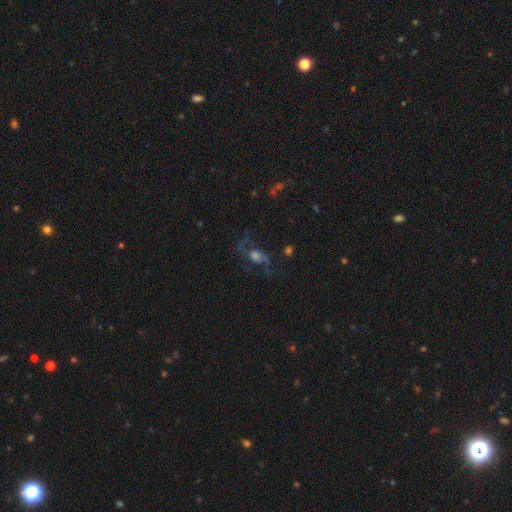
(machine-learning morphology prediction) This appears to be a featured or disk galaxy (72%) with no bar (59%), 2 (87%) loose (60%) spiral arms (89%) and a moderate central bulge (42%). Merging: none (63%).